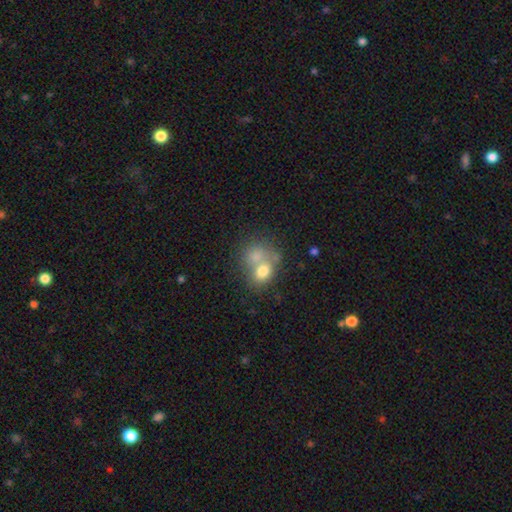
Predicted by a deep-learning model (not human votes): Morphology: type=smooth (72%); roundness=round (50%); merging=merger (59%).